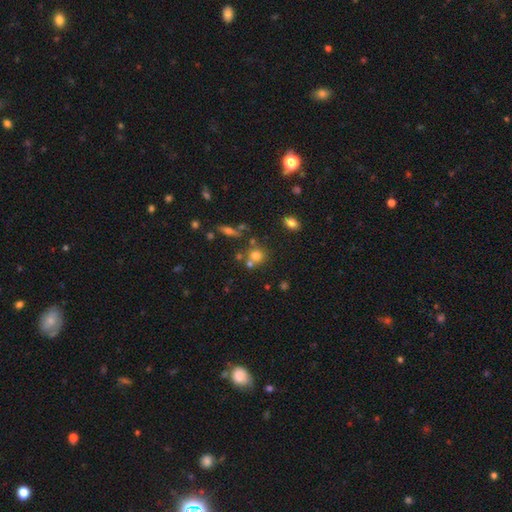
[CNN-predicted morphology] The model was most divided on "merging": none: 55%, merger: 31%, minor disturbance: 10%, major disturbance: 4%. More confident: how rounded — round (85%); smooth or featured — smooth (69%).